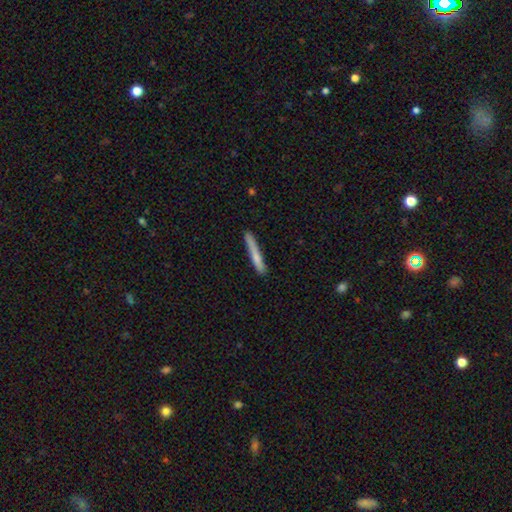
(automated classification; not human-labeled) Q: Smooth or featured?
A: smooth (67%); runner-up: featured or disk (27%)
Q: How rounded?
A: cigar-shaped (95%); runner-up: in between (3%)
Q: Merging?
A: none (84%); runner-up: minor disturbance (12%)